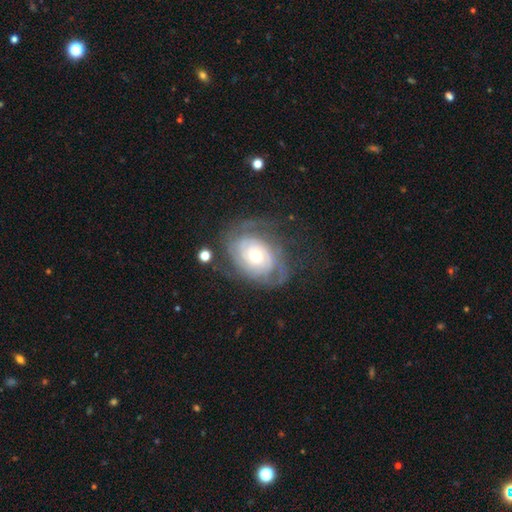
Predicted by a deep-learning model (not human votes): Smooth or featured?
  - featured or disk: 84% *
  - smooth: 11%
  - star or artifact: 6%
Edge-on disk?
  - no: 96% *
  - yes: 4%
Bar?
  - no: 78% *
  - weak: 17%
  - strong: 5%
Spiral arms?
  - yes: 93% *
  - no: 7%
Spiral winding?
  - tight: 71% *
  - medium: 22%
  - loose: 7%
Spiral arm count?
  - can't tell: 36% *
  - 2: 30%
  - 3: 16%
  - 4: 7%
  - 1: 5%
  - more than 4: 5%
Bulge size?
  - moderate: 67% *
  - small: 22%
  - large: 8%
  - dominant: 1%
  - none: 1%
Merging?
  - none: 66% *
  - minor disturbance: 19%
  - major disturbance: 13%
  - merger: 2%